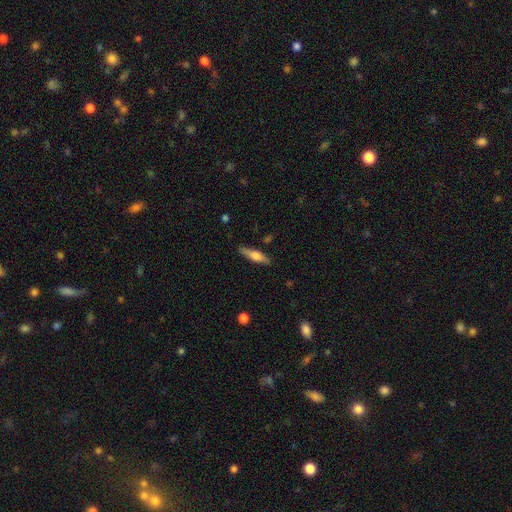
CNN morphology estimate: A smooth galaxy with no disk features (52%) that is cigar-shaped (73%). Merging: none (86%).